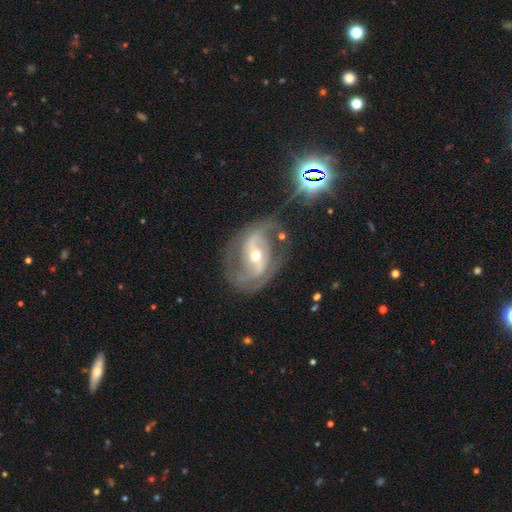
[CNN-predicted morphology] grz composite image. It shows a featured or disk galaxy (83%) with a strong bar (47%), 2 (79%) medium (45%) spiral arms (83%) and a moderate central bulge (51%). Merging: none (60%).